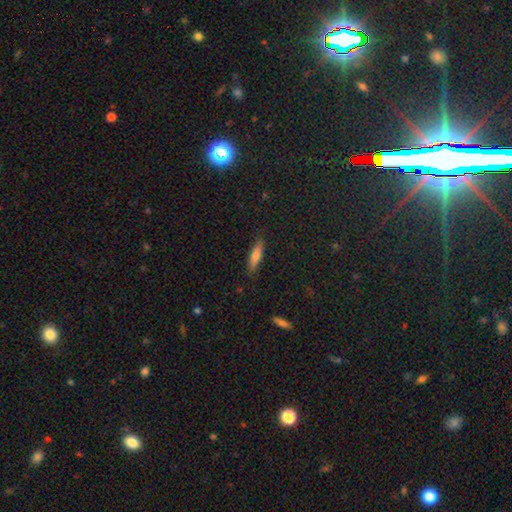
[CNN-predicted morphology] The model was most divided on "smooth or featured": smooth: 69%, featured or disk: 22%, star or artifact: 9%. More confident: merging — none (87%); how rounded — cigar-shaped (73%).